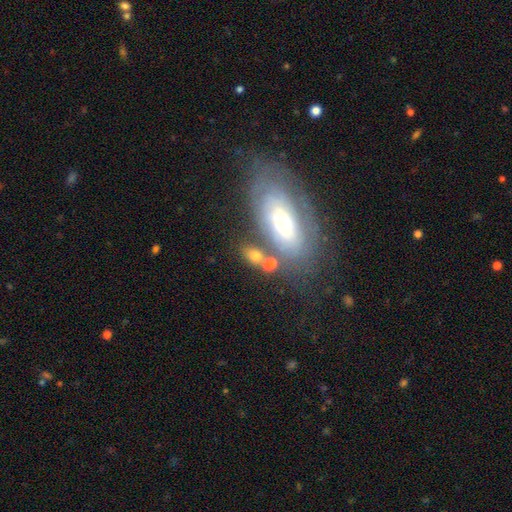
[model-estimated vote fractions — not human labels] Smooth or featured? smooth (69%)
How rounded? in between (74%)
Merging? none (56%)